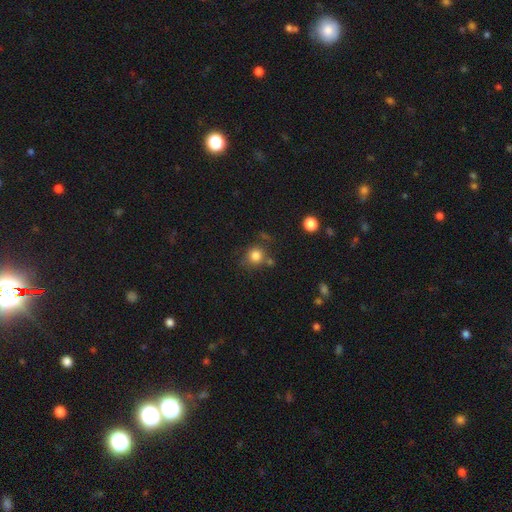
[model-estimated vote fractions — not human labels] This is clearly a smooth galaxy (82%). How rounded: clearly round (87%). Merging: likely none (69%).